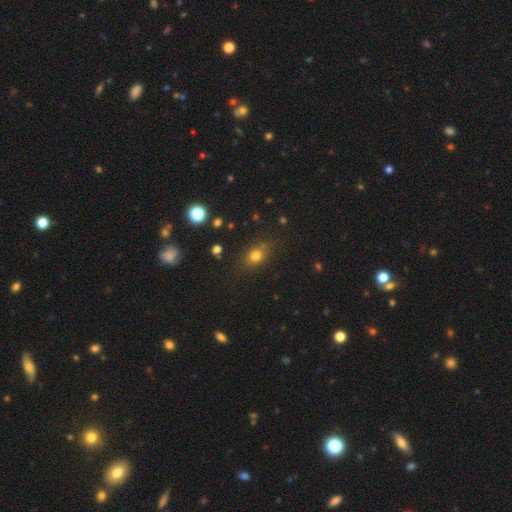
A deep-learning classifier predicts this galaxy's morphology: This is likely a smooth galaxy (74%). How rounded: possibly in between (56%). Merging: likely none (78%).